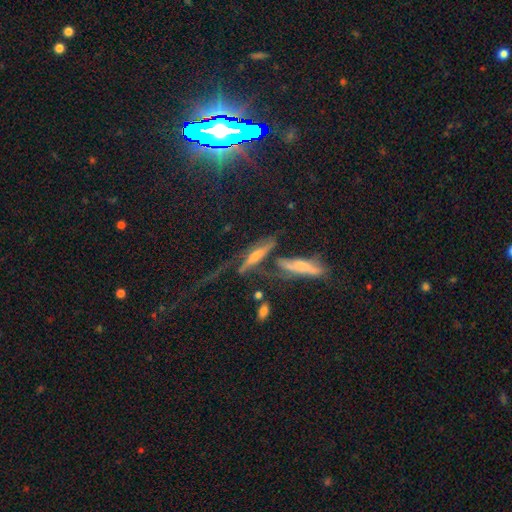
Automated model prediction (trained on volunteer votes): Smooth or featured: featured or disk — 56% (smooth — 26%)
Edge-on disk: yes — 69% (no — 31%)
Merging: none — 37% (merger — 25%)